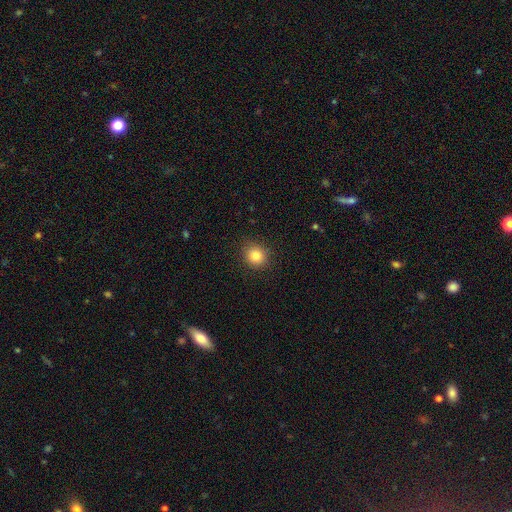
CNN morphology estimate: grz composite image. It shows a smooth galaxy with no disk features (83%) that is round (82%). Merging: none (88%).